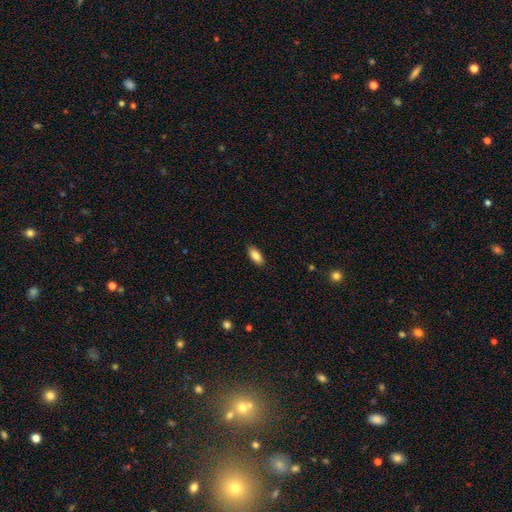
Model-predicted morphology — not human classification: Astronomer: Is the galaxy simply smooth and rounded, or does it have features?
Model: smooth — 86%.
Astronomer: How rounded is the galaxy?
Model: in between — 88%.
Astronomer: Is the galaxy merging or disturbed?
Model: none — 88%.